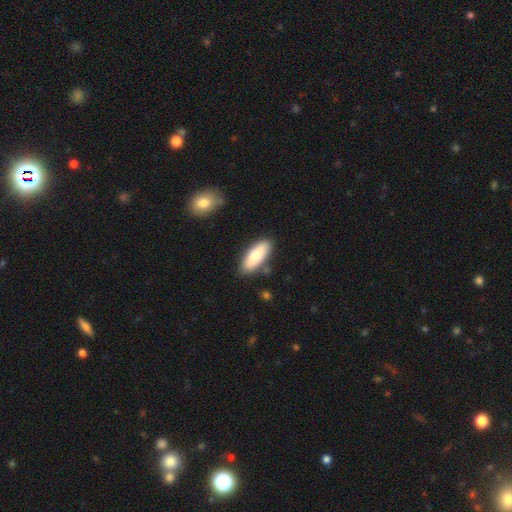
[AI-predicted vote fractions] smooth_or_featured: smooth (p=0.77) [alt: featured or disk p=0.17]
how_rounded: in between (p=0.70) [alt: cigar-shaped p=0.28]
merging: none (p=0.82) [alt: minor disturbance p=0.12]